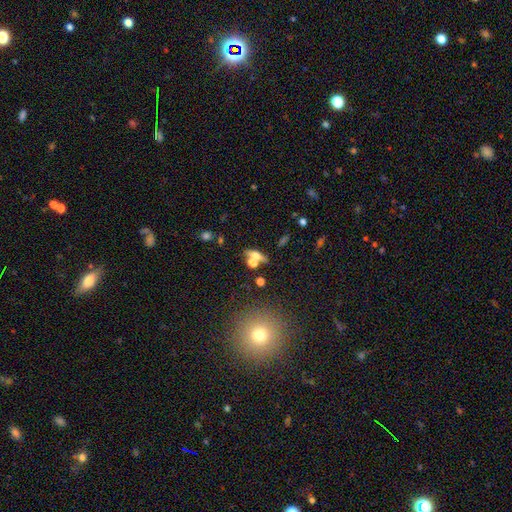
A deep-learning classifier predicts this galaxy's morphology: type=smooth (50%); merging=none (51%).